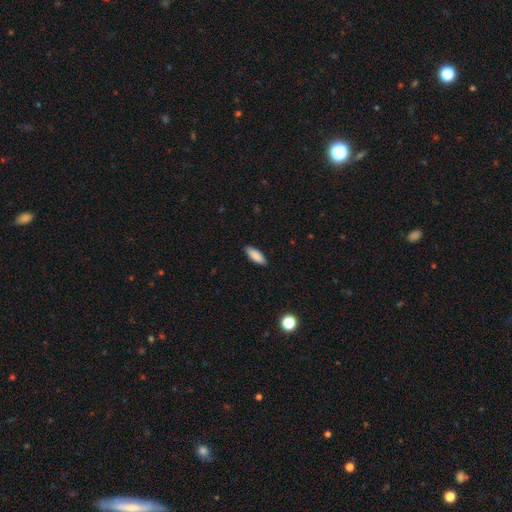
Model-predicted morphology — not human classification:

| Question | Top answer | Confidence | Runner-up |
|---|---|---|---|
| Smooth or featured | smooth | 88% | star or artifact (6%) |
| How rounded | in between | 65% | cigar-shaped (34%) |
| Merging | none | 89% | minor disturbance (8%) |